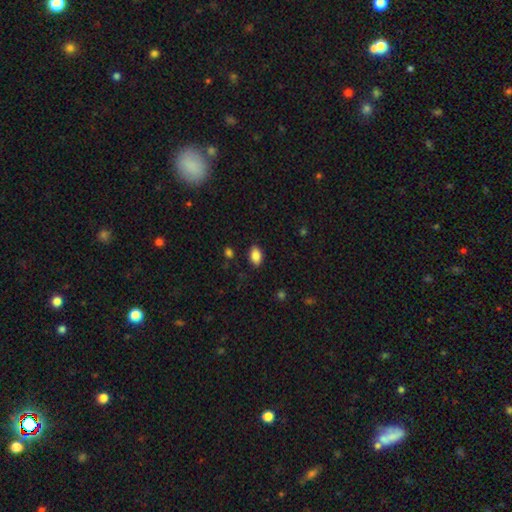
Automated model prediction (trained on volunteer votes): smooth 86%, star or artifact 8%, featured or disk 6%. Down the decision tree: how rounded — in between (90%); merging — none (86%).